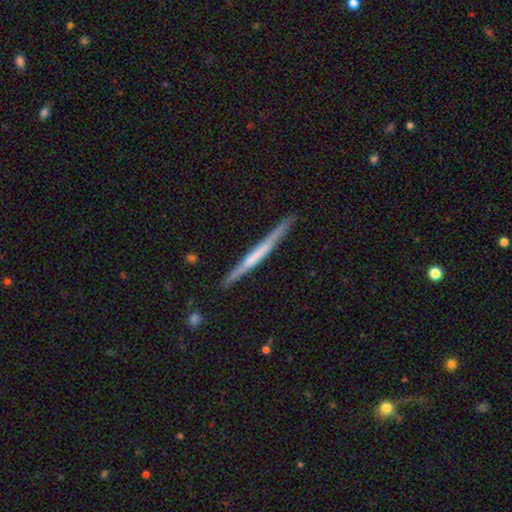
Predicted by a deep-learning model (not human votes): smooth-or-featured: featured or disk: 56% | smooth: 38% | star or artifact: 6%
  disk-edge-on: yes: 97% | no: 3%
    edge-on-bulge: none: 71% | rounded: 15% | boxy: 13%
  merging: none: 87% | minor disturbance: 10% | major disturbance: 2% | merger: 1%